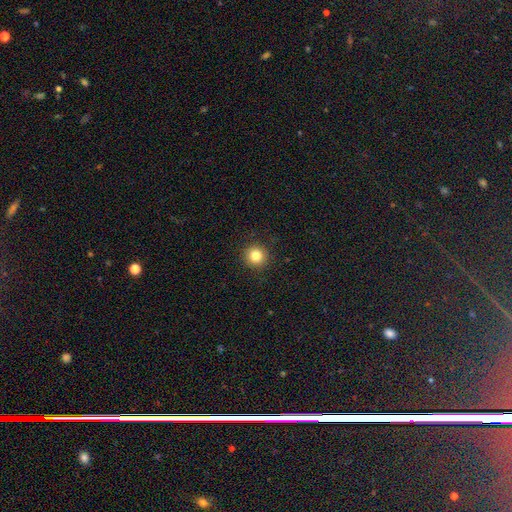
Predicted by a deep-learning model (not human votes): Smooth or featured?
  - smooth: 82% *
  - star or artifact: 12%
  - featured or disk: 6%
How rounded?
  - round: 94% *
  - in between: 5%
  - cigar-shaped: 1%
Merging?
  - none: 92% *
  - minor disturbance: 5%
  - major disturbance: 2%
  - merger: 1%